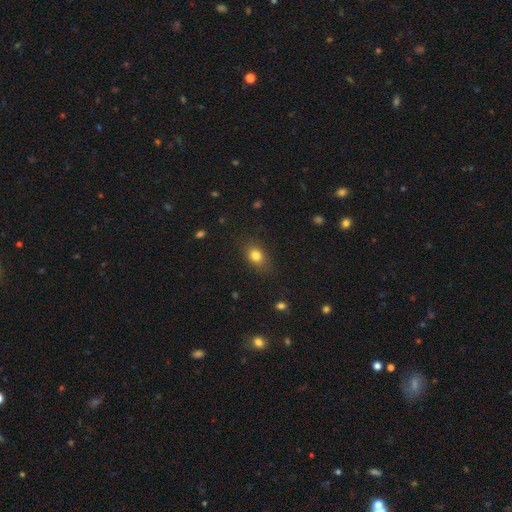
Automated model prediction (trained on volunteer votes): The model was most divided on "how rounded": in between: 63%, round: 35%, cigar-shaped: 2%. More confident: smooth or featured — smooth (81%); merging — none (79%).